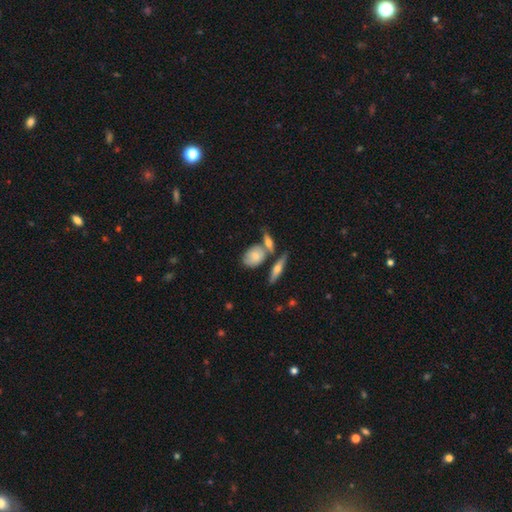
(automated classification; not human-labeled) A smooth galaxy with no disk features (63%) that is in between round and cigar-shaped (69%).

Vote fractions:
- Smooth or featured? smooth: 63% / featured or disk: 30% / star or artifact: 7%
- How rounded? in between: 69% / round: 23% / cigar-shaped: 7%
- Merging? none: 51% / merger: 26% / minor disturbance: 17% / major disturbance: 5%